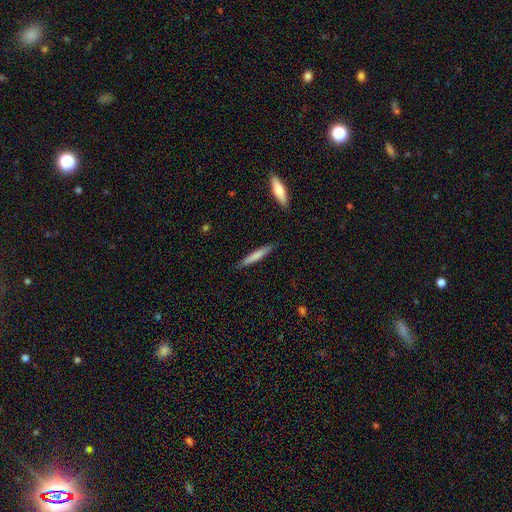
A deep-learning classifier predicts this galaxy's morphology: A smooth galaxy with no disk features (72%) that is cigar-shaped (93%).

Vote fractions:
- Smooth or featured? smooth: 72% / featured or disk: 22% / star or artifact: 5%
- How rounded? cigar-shaped: 93% / in between: 6% / round: 1%
- Merging? none: 87% / minor disturbance: 10% / major disturbance: 2% / merger: 1%